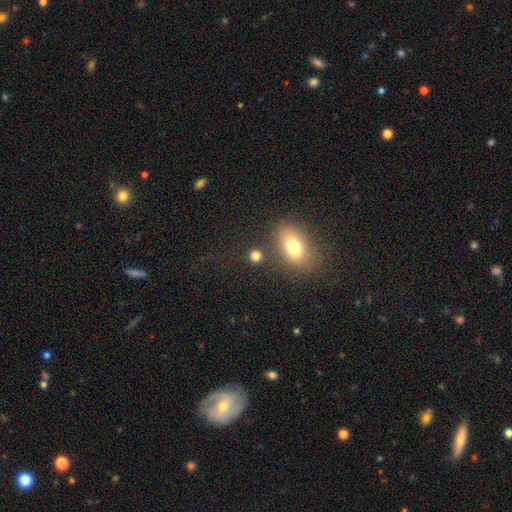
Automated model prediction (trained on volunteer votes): The model was most divided on "how rounded": round: 77%, in between: 21%, cigar-shaped: 2%. More confident: smooth or featured — smooth (79%); merging — none (78%).